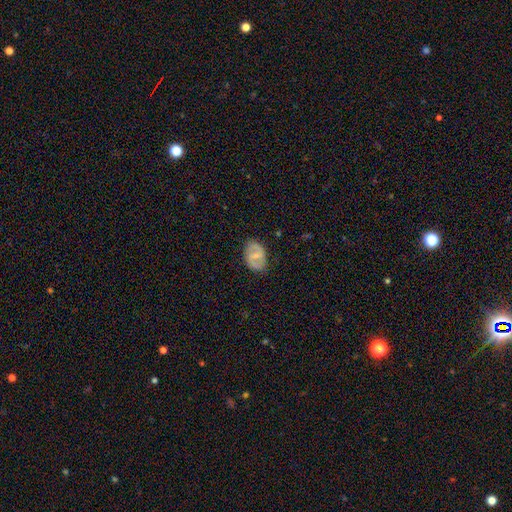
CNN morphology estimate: type=featured or disk (64%); edge-on=no (97%); bar=weak (53%); spiral arms=yes (79%); bulge=small (54%); merging=none (81%).